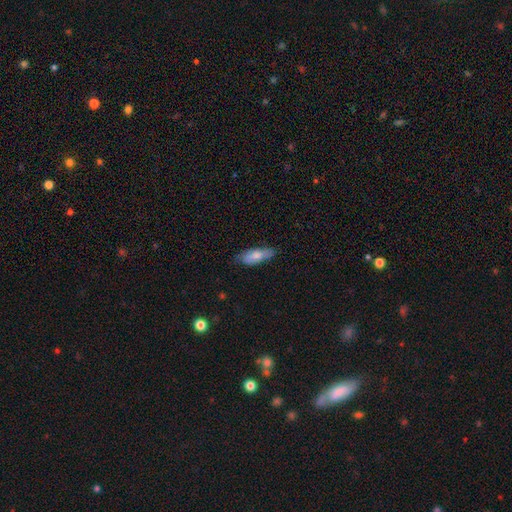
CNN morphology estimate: Smooth or featured? Predicted: smooth (p=0.71). How rounded? Predicted: in between (p=0.66). Merging? Predicted: none (p=0.69).